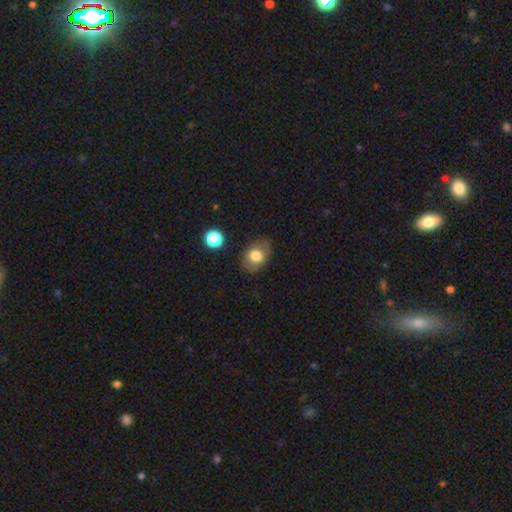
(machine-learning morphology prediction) This is likely a smooth galaxy (73%). How rounded: likely in between (69%). Merging: likely none (78%).